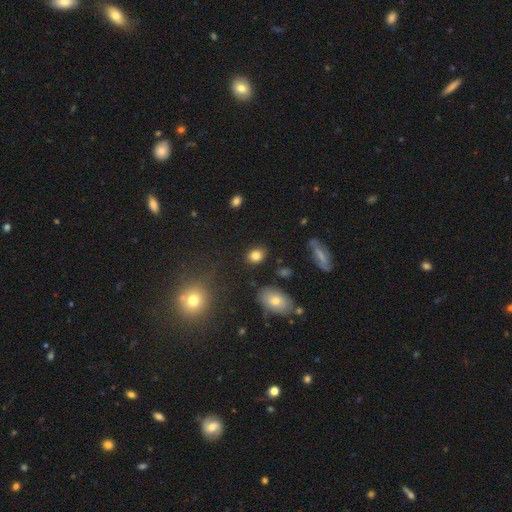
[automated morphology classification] The model was most divided on "how rounded": in between: 58%, round: 40%, cigar-shaped: 2%. More confident: merging — none (84%); smooth or featured — smooth (81%).